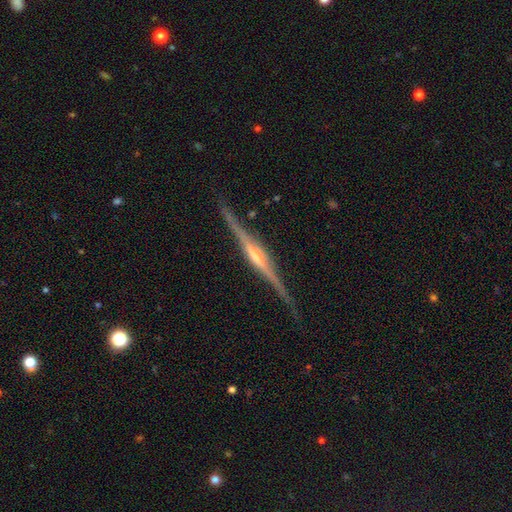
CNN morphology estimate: featured or disk 87%, smooth 8%, star or artifact 5%. Down the decision tree: edge-on disk — yes (98%); edge-on bulge — rounded (59%); merging — none (86%).